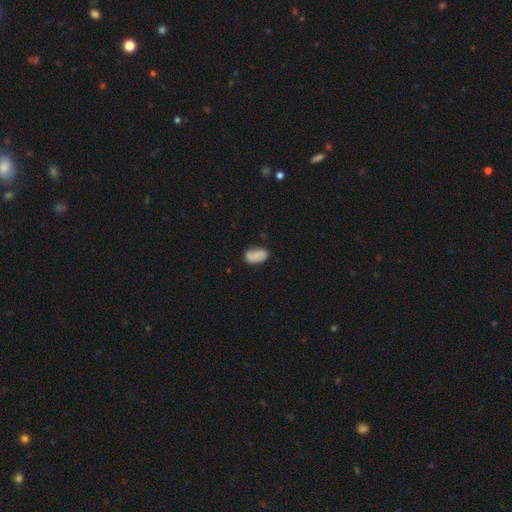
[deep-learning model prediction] smooth 73%, featured or disk 19%, star or artifact 8%. Down the decision tree: how rounded — in between (92%); merging — none (62%).